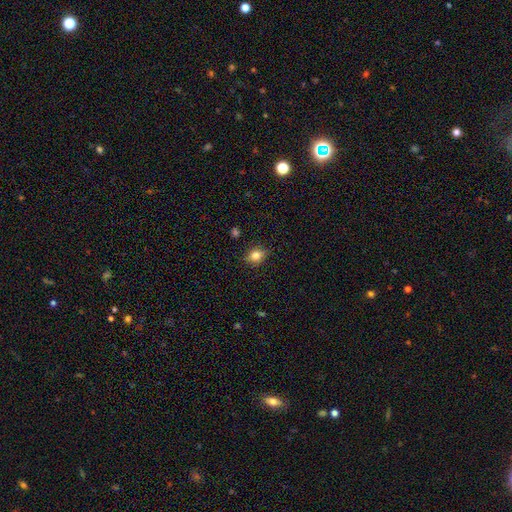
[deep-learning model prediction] smooth-or-featured: smooth: 77% | star or artifact: 12% | featured or disk: 11%
  how-rounded: round: 54% | in between: 44% | cigar-shaped: 2%
  merging: none: 83% | minor disturbance: 13% | major disturbance: 3% | merger: 1%